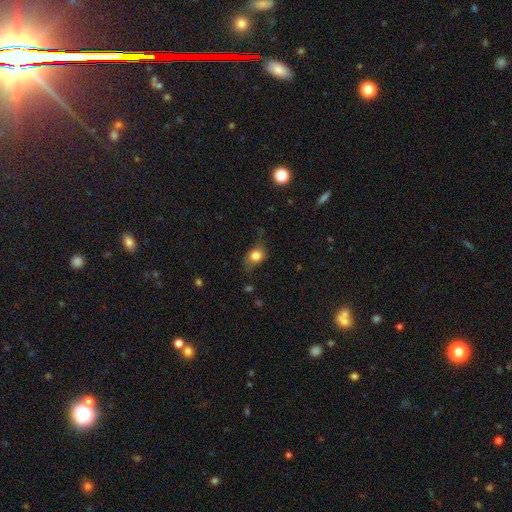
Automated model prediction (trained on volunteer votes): The model was most divided on "how rounded": in between: 50%, round: 48%, cigar-shaped: 2%. More confident: smooth or featured — smooth (79%); merging — none (60%).